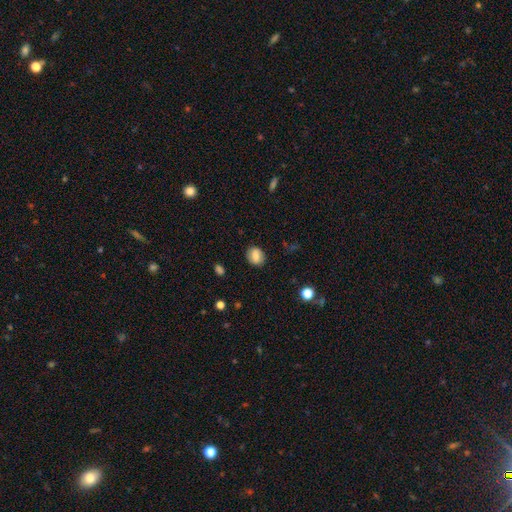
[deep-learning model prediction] Q: Smooth or featured?
A: smooth (75%); runner-up: featured or disk (17%)
Q: How rounded?
A: in between (54%); runner-up: round (44%)
Q: Merging?
A: none (84%); runner-up: minor disturbance (11%)